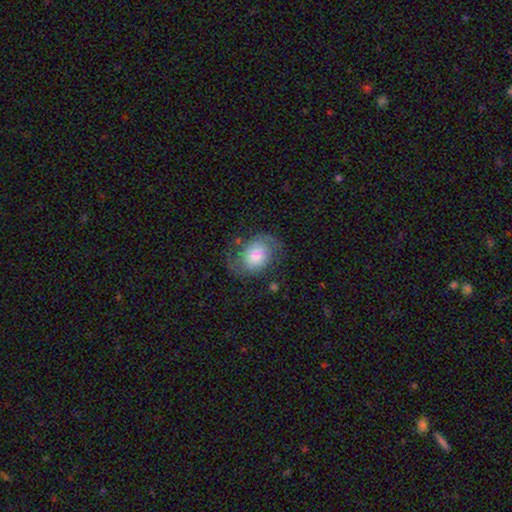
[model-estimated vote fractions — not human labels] A featured or disk galaxy (59%) with no bar (74%), spiral arms (87%) and a moderate central bulge (39%). Merging: none (64%).